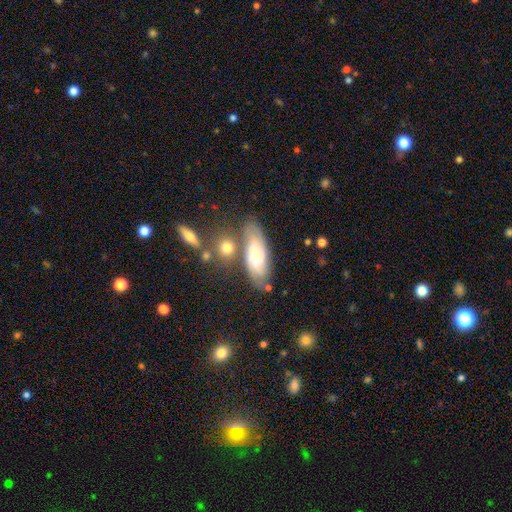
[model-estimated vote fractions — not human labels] Morphology: type=featured or disk (51%); edge-on=no (85%); merging=none (56%).